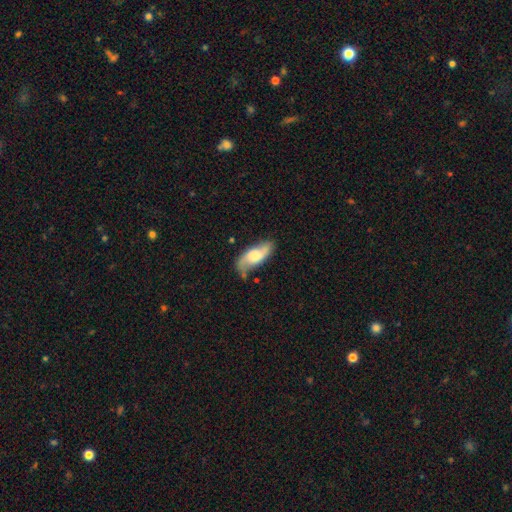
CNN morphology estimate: Overall: featured or disk (52%; smooth 41%). Edge-on disk: no (87%). Merging: none (67%).